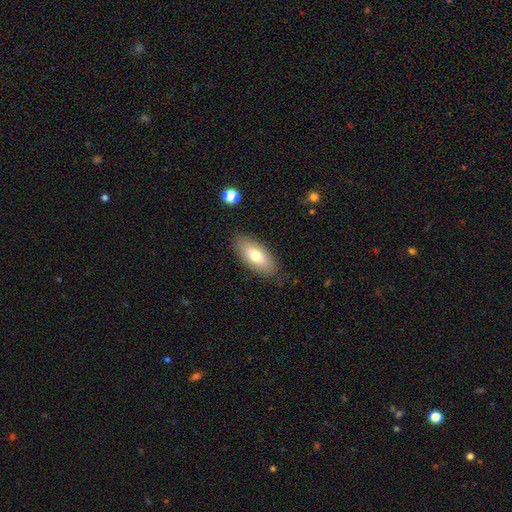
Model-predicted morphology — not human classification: Smooth or featured: smooth — 72% (featured or disk — 21%)
How rounded: in between — 85% (cigar-shaped — 13%)
Merging: none — 84% (minor disturbance — 11%)